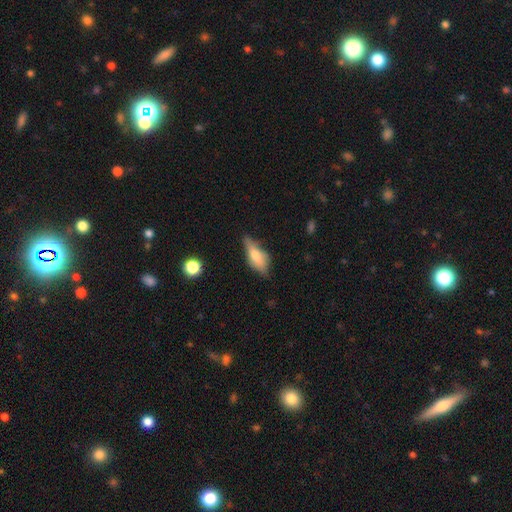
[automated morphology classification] A smooth galaxy with no disk features (58%) that is in between round and cigar-shaped (68%).

Vote fractions:
- Smooth or featured? smooth: 58% / featured or disk: 34% / star or artifact: 8%
- How rounded? in between: 68% / cigar-shaped: 29% / round: 4%
- Merging? none: 55% / minor disturbance: 32% / major disturbance: 10% / merger: 3%